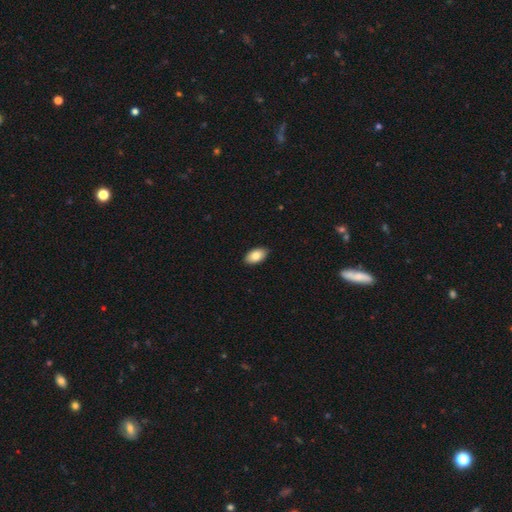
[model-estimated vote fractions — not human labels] A smooth galaxy with no disk features (82%) that is in between round and cigar-shaped (94%). Merging: none (88%).